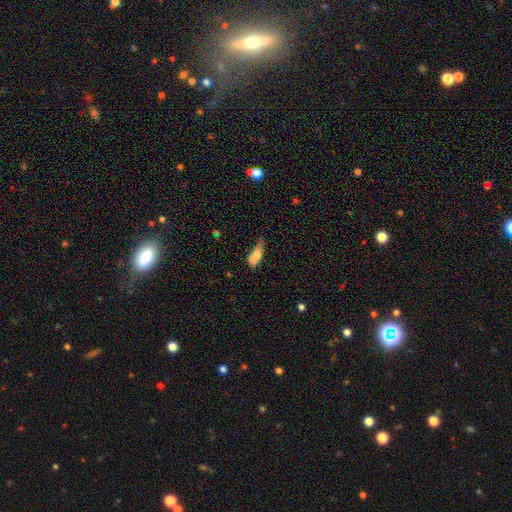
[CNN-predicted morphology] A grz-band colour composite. It shows a smooth galaxy with no disk features (70%) that is in between round and cigar-shaped (63%). Merging: minor disturbance (31%, tied with none).